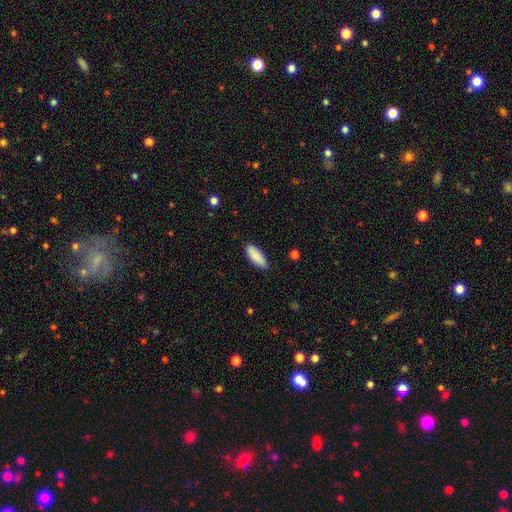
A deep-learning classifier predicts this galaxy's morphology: Smooth or featured: smooth — 89% (star or artifact — 6%)
How rounded: in between — 70% (cigar-shaped — 28%)
Merging: none — 86% (minor disturbance — 11%)